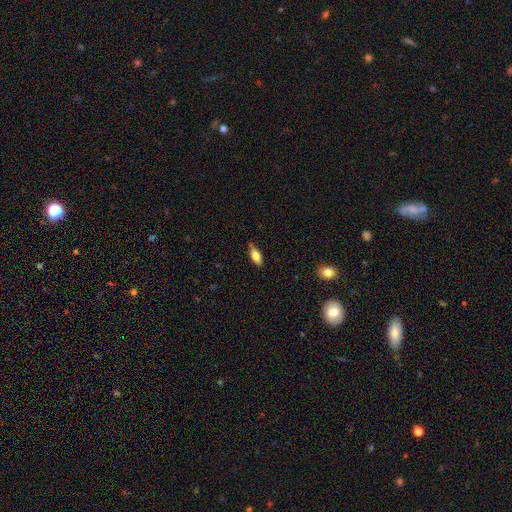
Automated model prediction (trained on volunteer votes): Morphology: type=smooth (73%); roundness=in between (76%); merging=none (79%).